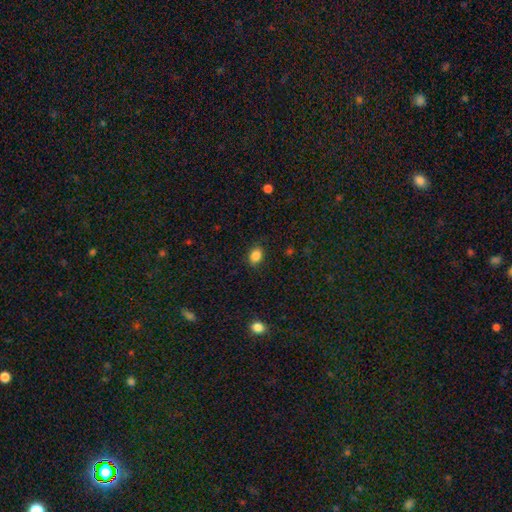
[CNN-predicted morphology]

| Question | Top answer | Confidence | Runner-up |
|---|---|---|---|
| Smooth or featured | smooth | 86% | star or artifact (10%) |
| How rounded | in between | 66% | round (33%) |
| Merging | none | 86% | minor disturbance (10%) |